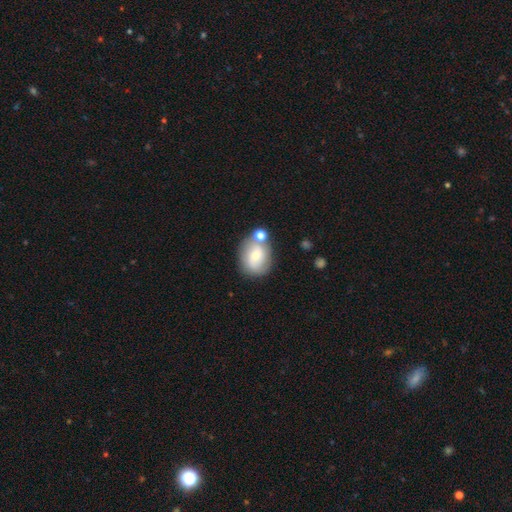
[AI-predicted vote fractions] Smooth or featured: smooth — 59% (featured or disk — 32%)
How rounded: round — 53% (in between — 46%)
Merging: none — 56% (merger — 21%)